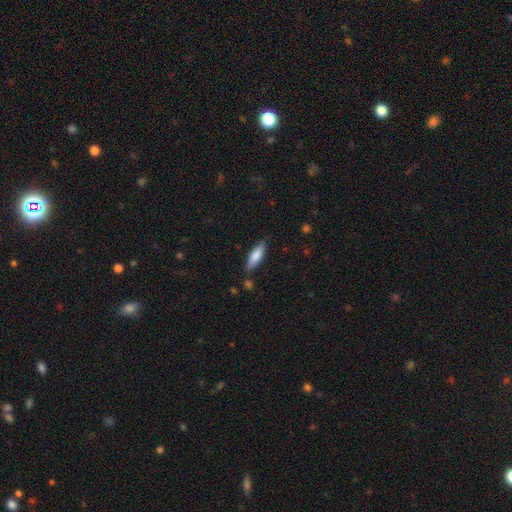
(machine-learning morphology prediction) Smooth or featured?
  - smooth: 77% *
  - featured or disk: 17%
  - star or artifact: 6%
How rounded?
  - in between: 49% * (tied)
  - cigar-shaped: 49% * (tied)
  - round: 2%
Merging?
  - none: 80% *
  - minor disturbance: 15%
  - major disturbance: 3%
  - merger: 3%